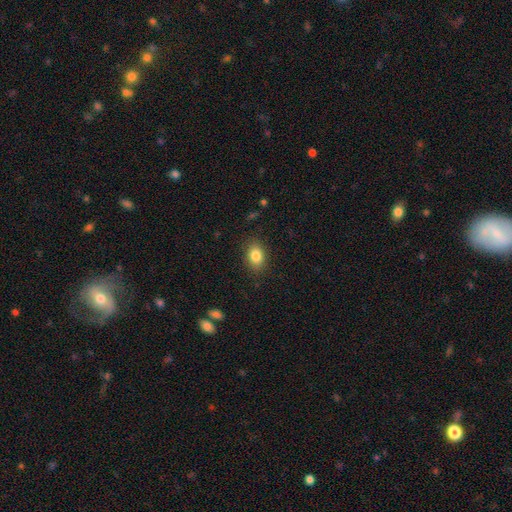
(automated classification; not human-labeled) A smooth galaxy with no disk features (84%) that is in between round and cigar-shaped (79%).

Vote fractions:
- Smooth or featured? smooth: 84% / star or artifact: 9% / featured or disk: 7%
- How rounded? in between: 79% / round: 20% / cigar-shaped: 2%
- Merging? none: 86% / minor disturbance: 10% / major disturbance: 3% / merger: 1%